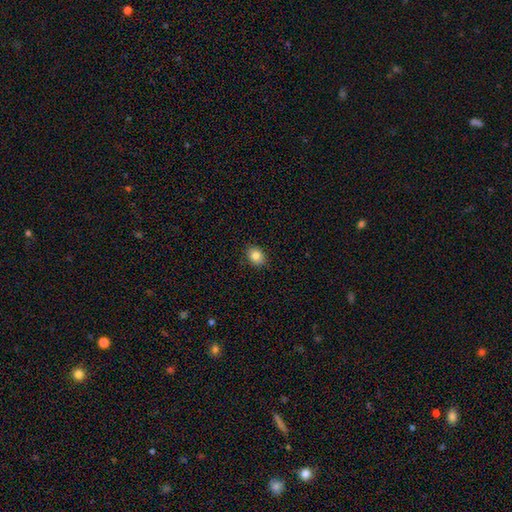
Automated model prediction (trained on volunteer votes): Morphology: type=smooth (83%); roundness=in between (58%); merging=none (88%).